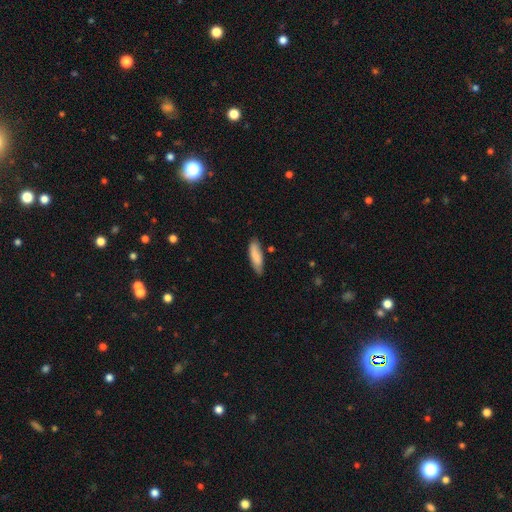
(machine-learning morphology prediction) A smooth galaxy with no disk features (84%) that is cigar-shaped (52%). Merging: none (74%).